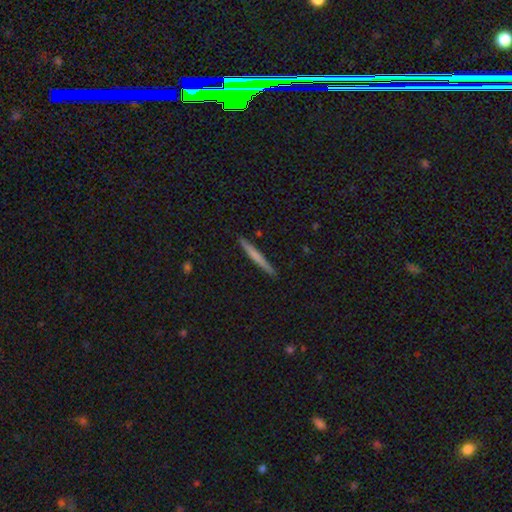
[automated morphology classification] Q: Smooth or featured?
A: smooth (62%); runner-up: featured or disk (32%)
Q: How rounded?
A: cigar-shaped (97%); runner-up: in between (2%)
Q: Merging?
A: none (91%); runner-up: minor disturbance (6%)